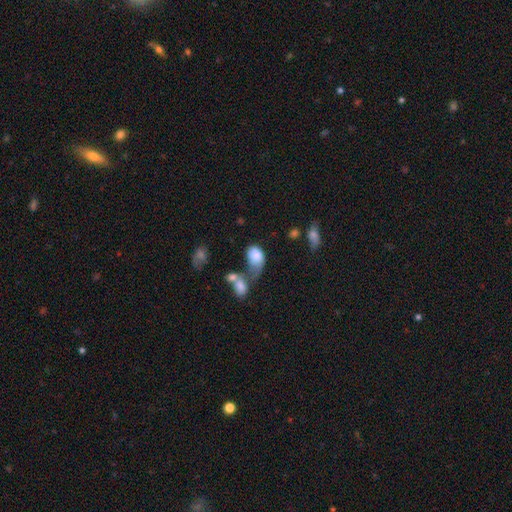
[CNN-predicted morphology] Smooth or featured? Predicted: smooth (p=0.73). How rounded? Predicted: in between (p=0.82). Merging? Predicted: merger (p=0.39).